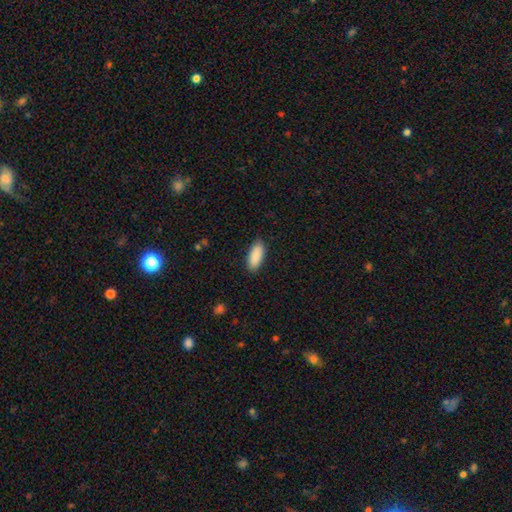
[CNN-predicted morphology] Smooth or featured? Predicted: smooth (p=0.91). How rounded? Predicted: in between (p=0.85). Merging? Predicted: none (p=0.88).